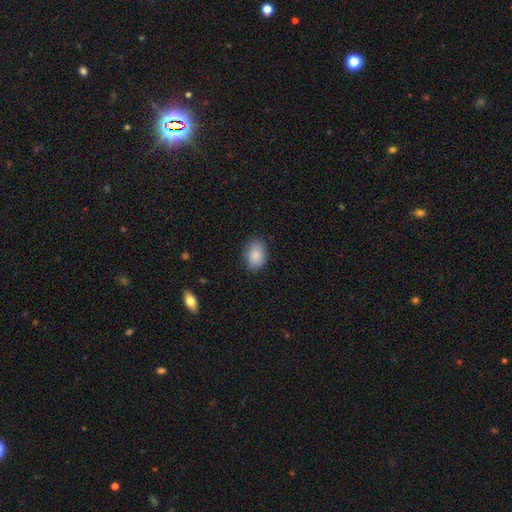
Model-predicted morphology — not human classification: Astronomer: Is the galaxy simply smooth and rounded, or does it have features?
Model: smooth — 87%.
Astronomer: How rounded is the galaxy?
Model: in between — 75%.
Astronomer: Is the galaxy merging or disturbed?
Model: none — 79%.